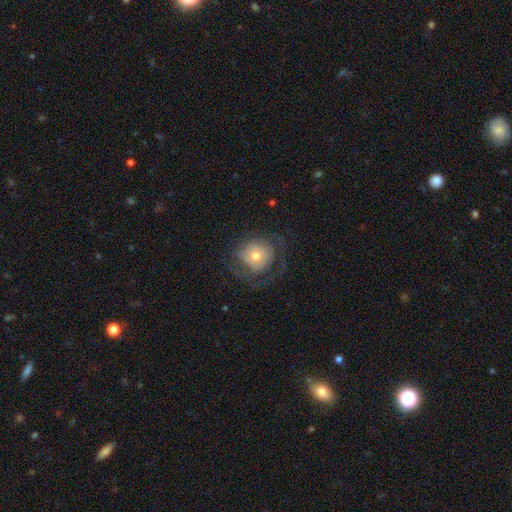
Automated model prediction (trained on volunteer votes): smooth-or-featured: smooth: 47% | featured or disk: 44% | star or artifact: 9%
  merging: none: 57% | major disturbance: 25% | minor disturbance: 17% | merger: 1%